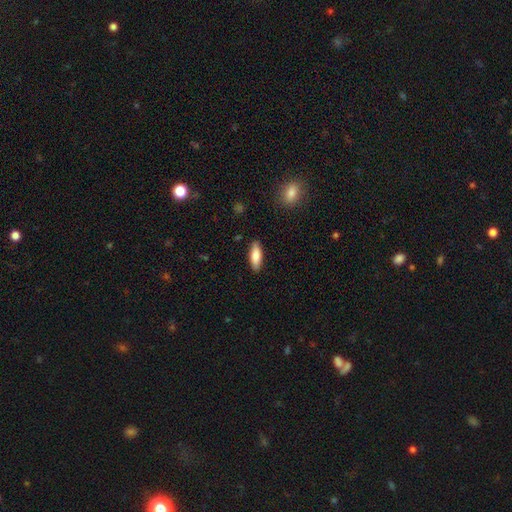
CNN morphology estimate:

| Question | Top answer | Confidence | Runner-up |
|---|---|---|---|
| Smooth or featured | smooth | 80% | featured or disk (14%) |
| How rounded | in between | 59% | cigar-shaped (39%) |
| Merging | none | 87% | minor disturbance (10%) |